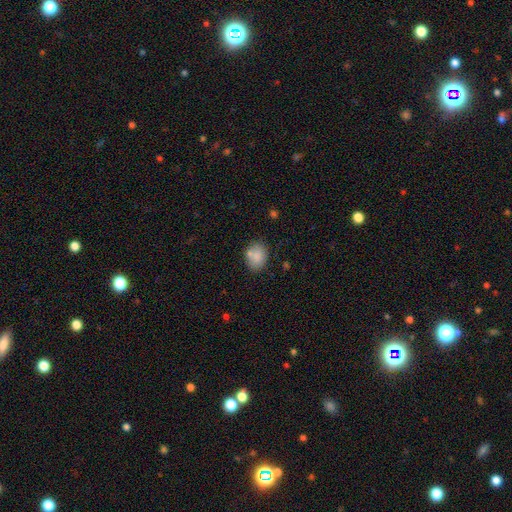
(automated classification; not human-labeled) A smooth galaxy with no disk features (83%) that is in between round and cigar-shaped (64%).

Vote fractions:
- Smooth or featured? smooth: 83% / featured or disk: 9% / star or artifact: 8%
- How rounded? in between: 64% / round: 35% / cigar-shaped: 1%
- Merging? none: 70% / minor disturbance: 15% / merger: 11% / major disturbance: 4%